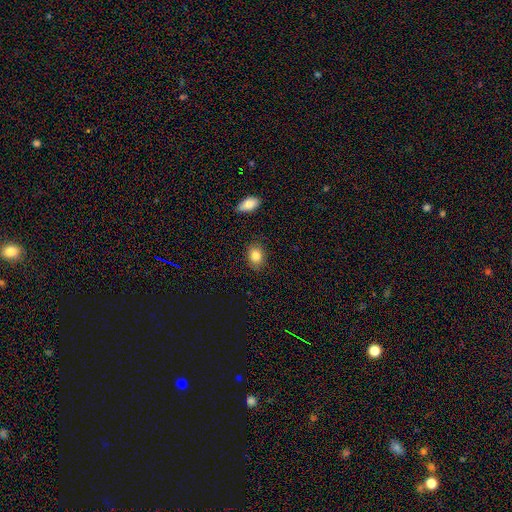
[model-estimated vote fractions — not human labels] The model was most divided on "how rounded": in between: 65%, round: 34%, cigar-shaped: 1%. More confident: merging — none (84%); smooth or featured — smooth (83%).